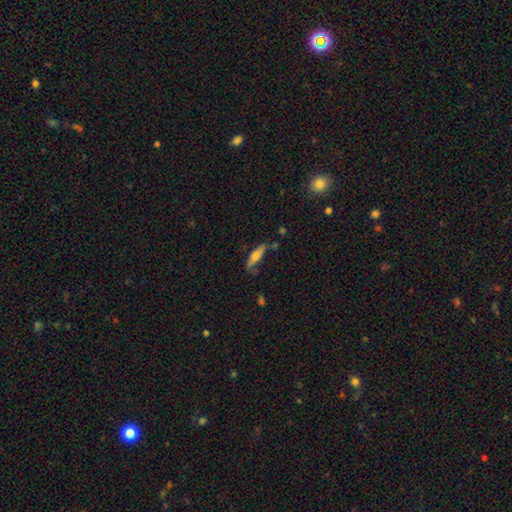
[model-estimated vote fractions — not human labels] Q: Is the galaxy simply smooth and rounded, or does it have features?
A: smooth — 61%.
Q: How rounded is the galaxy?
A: cigar-shaped — 66%.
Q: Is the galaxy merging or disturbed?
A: none — 57%.